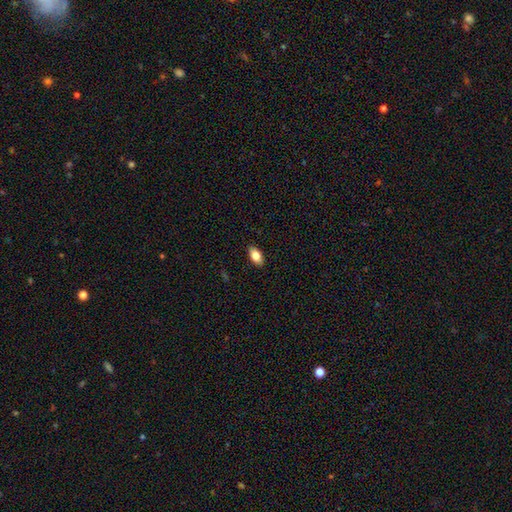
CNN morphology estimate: Smooth or featured? smooth (81%)
How rounded? in between (91%)
Merging? none (89%)